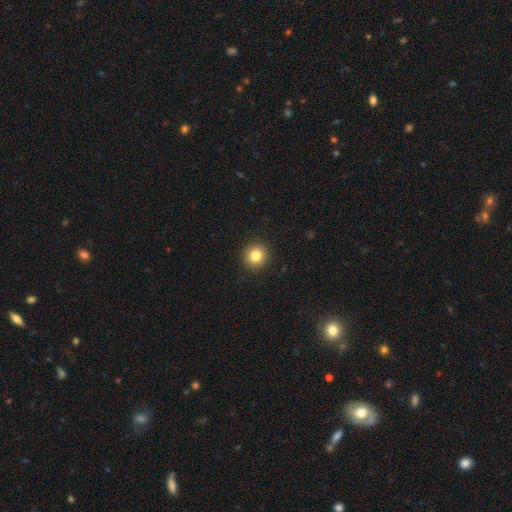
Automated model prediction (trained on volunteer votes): The model was most divided on "smooth or featured": smooth: 83%, star or artifact: 11%, featured or disk: 6%. More confident: merging — none (93%); how rounded — round (92%).